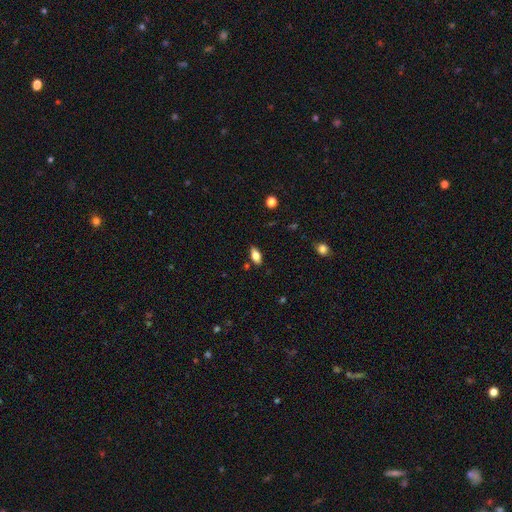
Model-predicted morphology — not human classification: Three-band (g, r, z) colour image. It shows a smooth galaxy with no disk features (73%) that is in between round and cigar-shaped (86%). Merging: none (84%).